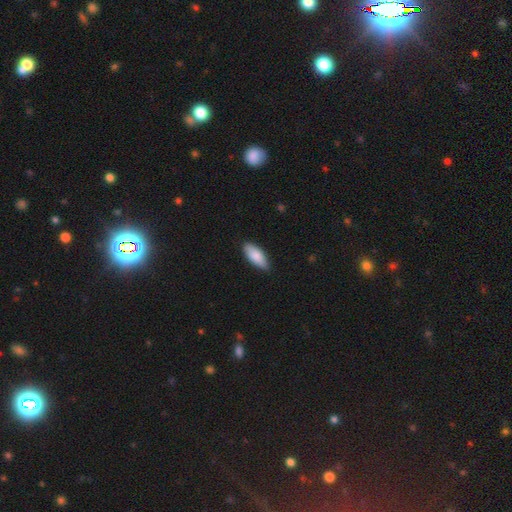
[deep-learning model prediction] smooth_or_featured: smooth (p=0.85) [alt: featured or disk p=0.10]
how_rounded: in between (p=0.79) [alt: cigar-shaped p=0.19]
merging: none (p=0.84) [alt: minor disturbance p=0.13]